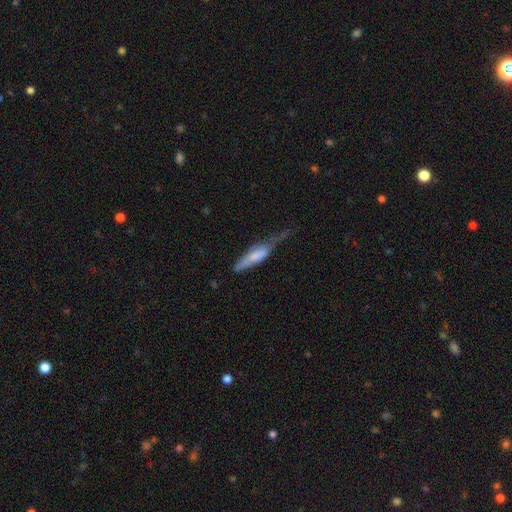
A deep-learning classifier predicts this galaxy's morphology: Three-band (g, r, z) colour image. It shows a smooth galaxy with no disk features (63%) that is cigar-shaped (65%). Merging: major disturbance (38%, tied with minor disturbance).